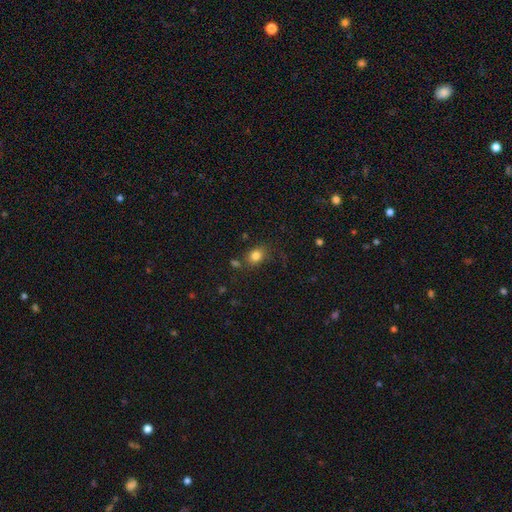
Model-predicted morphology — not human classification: Smooth or featured? Predicted: smooth (p=0.82). How rounded? Predicted: in between (p=0.52). Merging? Predicted: none (p=0.72).